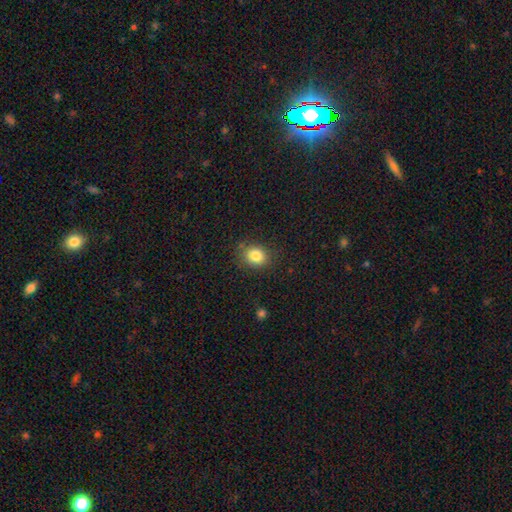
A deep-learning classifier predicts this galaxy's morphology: A smooth galaxy with no disk features (83%) that is round (62%). Merging: none (83%).